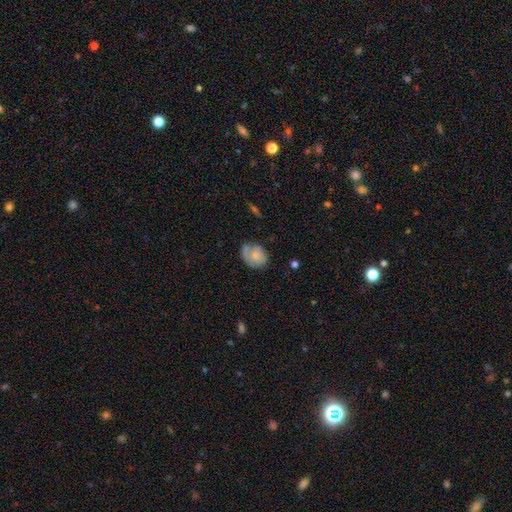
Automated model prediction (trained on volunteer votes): This is likely a smooth galaxy (62%). How rounded: possibly round (56%). Merging: possibly none (50%).